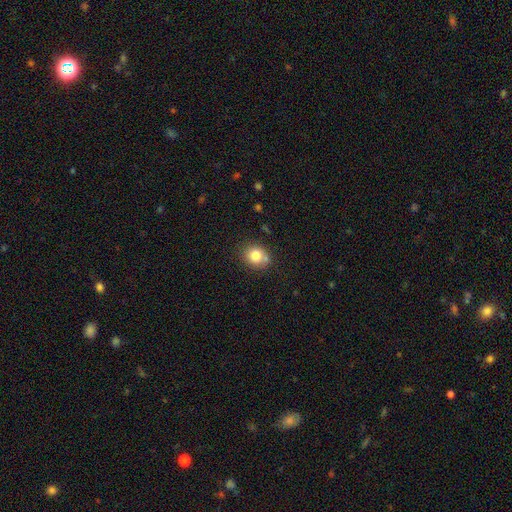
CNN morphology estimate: A smooth galaxy with no disk features (80%) that is round (72%). Merging: none (71%).